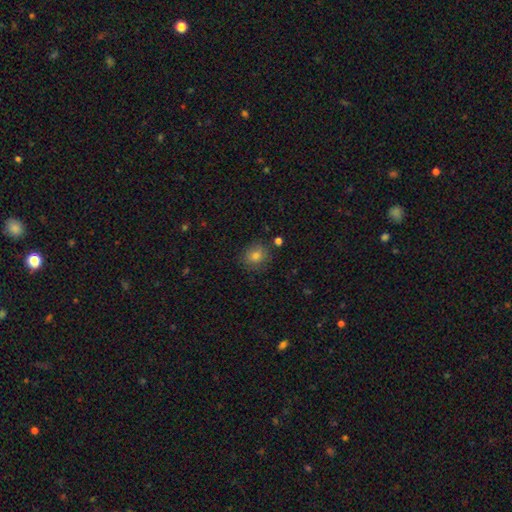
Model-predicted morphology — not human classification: smooth-or-featured: smooth: 78% | star or artifact: 14% | featured or disk: 8%
  how-rounded: round: 79% | in between: 20% | cigar-shaped: 1%
  merging: none: 83% | minor disturbance: 11% | major disturbance: 3% | merger: 3%